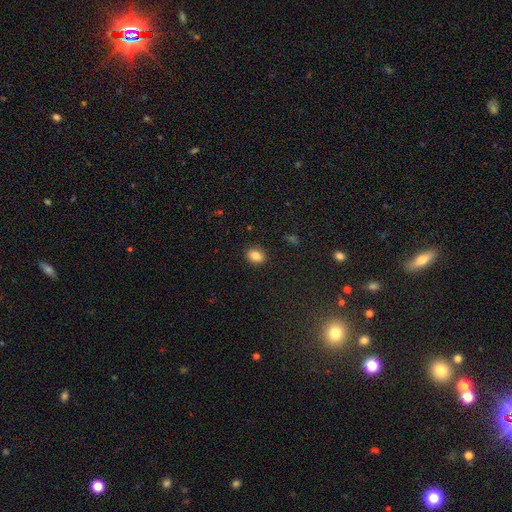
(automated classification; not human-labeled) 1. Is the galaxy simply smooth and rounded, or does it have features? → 85% smooth, 9% star or artifact, 6% featured or disk.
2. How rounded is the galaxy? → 66% in between, 33% round, 1% cigar-shaped.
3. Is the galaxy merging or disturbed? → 88% none, 8% minor disturbance, 2% major disturbance, 1% merger.